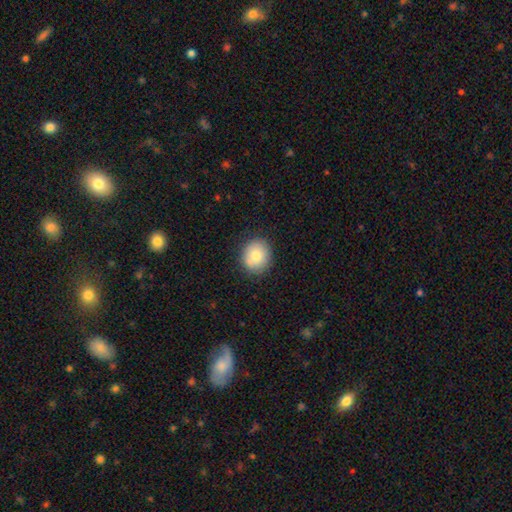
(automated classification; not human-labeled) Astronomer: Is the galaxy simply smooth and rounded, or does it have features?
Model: smooth — 80%.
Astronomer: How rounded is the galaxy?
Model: round — 75%.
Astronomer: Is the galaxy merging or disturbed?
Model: none — 84%.